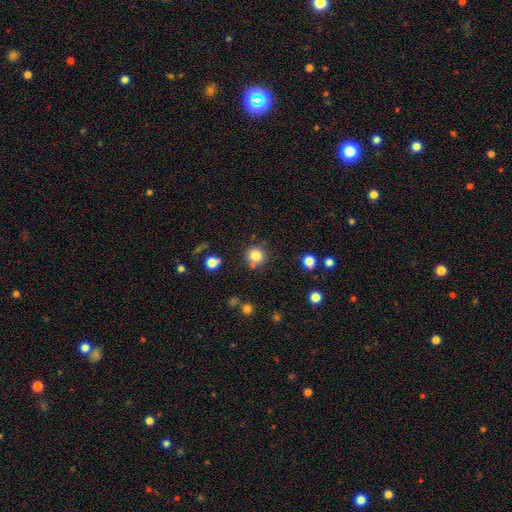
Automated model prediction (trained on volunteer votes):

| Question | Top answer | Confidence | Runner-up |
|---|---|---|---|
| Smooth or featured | smooth | 82% | star or artifact (12%) |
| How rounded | round | 92% | in between (7%) |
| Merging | none | 78% | minor disturbance (9%) |